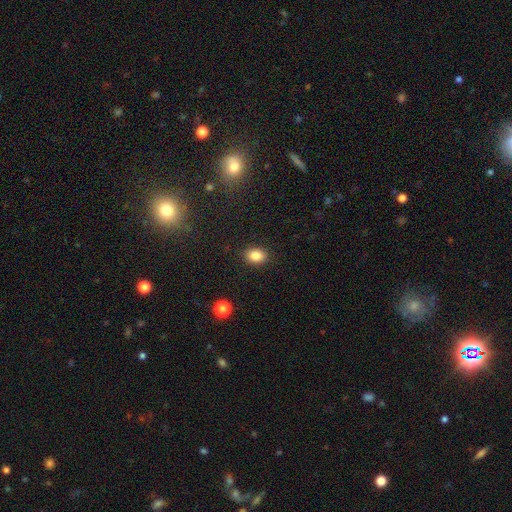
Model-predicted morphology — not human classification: Smooth or featured? smooth (84%)
How rounded? in between (62%)
Merging? none (88%)